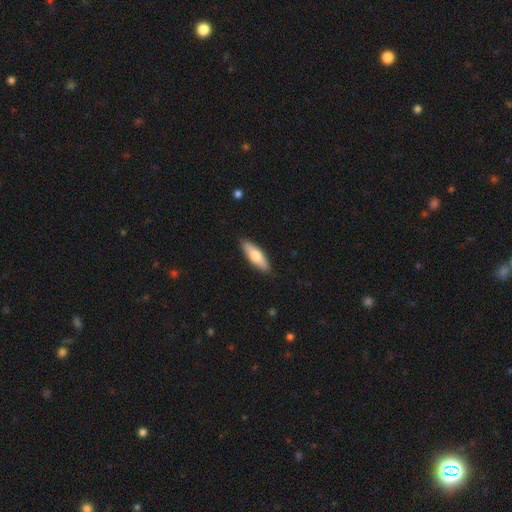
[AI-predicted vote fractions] Smooth or featured: smooth — 65% (featured or disk — 30%)
How rounded: in between — 50% (cigar-shaped — 48%)
Merging: none — 89% (minor disturbance — 8%)